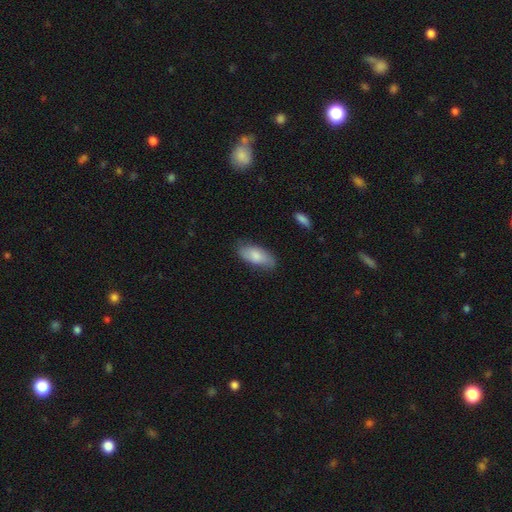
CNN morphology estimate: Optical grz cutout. It shows a smooth galaxy with no disk features (79%) that is in between round and cigar-shaped (87%). Merging: none (77%).